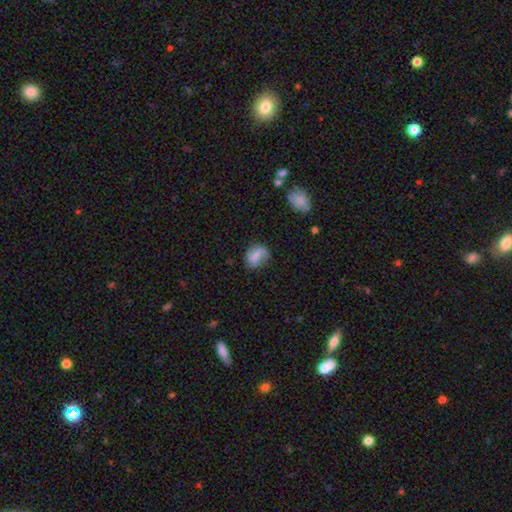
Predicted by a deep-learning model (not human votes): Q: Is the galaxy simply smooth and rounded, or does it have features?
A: smooth — 58%.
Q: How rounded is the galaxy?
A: round — 51%.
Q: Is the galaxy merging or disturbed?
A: none — 59%.